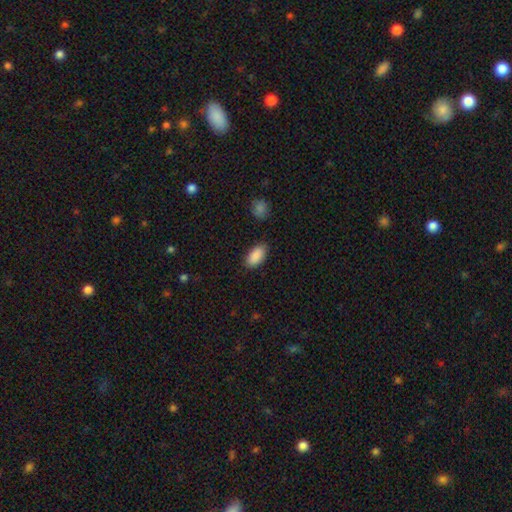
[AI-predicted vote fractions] Smooth or featured: smooth — 89% (star or artifact — 7%)
How rounded: in between — 93% (cigar-shaped — 4%)
Merging: none — 81% (minor disturbance — 14%)